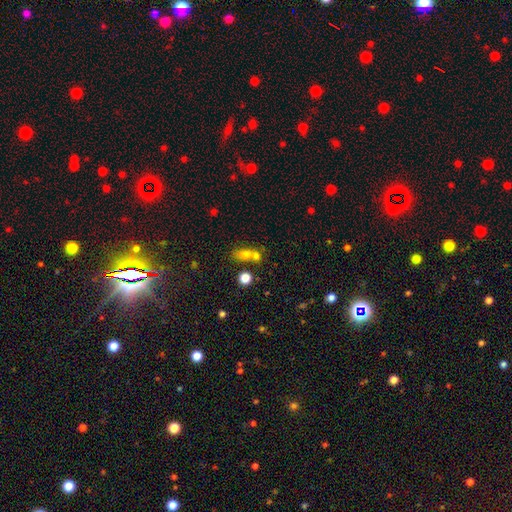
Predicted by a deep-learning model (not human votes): smooth-or-featured: smooth: 70% | star or artifact: 17% | featured or disk: 13%
  how-rounded: in between: 52% | round: 42% | cigar-shaped: 6%
  merging: merger: 49% | none: 36% | minor disturbance: 9% | major disturbance: 6%